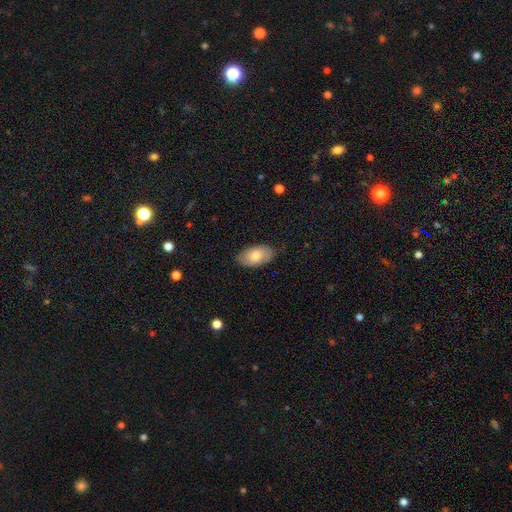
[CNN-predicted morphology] Smooth or featured? smooth (69%)
How rounded? in between (94%)
Merging? none (78%)